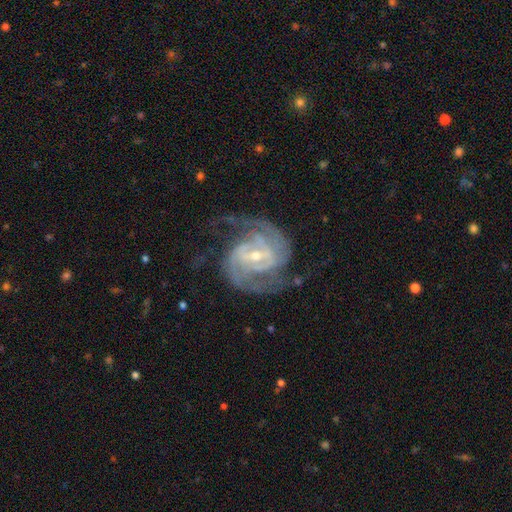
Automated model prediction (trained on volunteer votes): Q: Smooth or featured?
A: featured or disk (92%); runner-up: star or artifact (5%)
Q: Edge-on disk?
A: no (97%); runner-up: yes (3%)
Q: Bar?
A: weak (46%); runner-up: strong (36%)
Q: Spiral arms?
A: yes (98%); runner-up: no (2%)
Q: Spiral winding?
A: medium (49%); runner-up: tight (40%)
Q: Spiral arm count?
A: 2 (69%); runner-up: 3 (13%)
Q: Bulge size?
A: small (61%); runner-up: moderate (36%)
Q: Merging?
A: none (69%); runner-up: minor disturbance (17%)